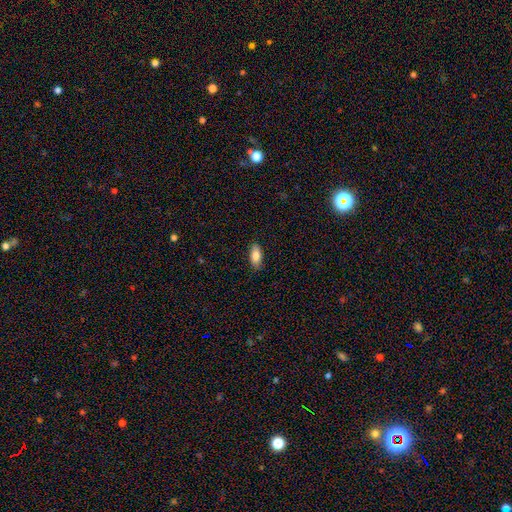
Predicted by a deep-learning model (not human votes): smooth-or-featured: smooth: 82% | featured or disk: 11% | star or artifact: 6%
  how-rounded: in between: 86% | cigar-shaped: 12% | round: 3%
  merging: none: 88% | minor disturbance: 9% | major disturbance: 2% | merger: 1%